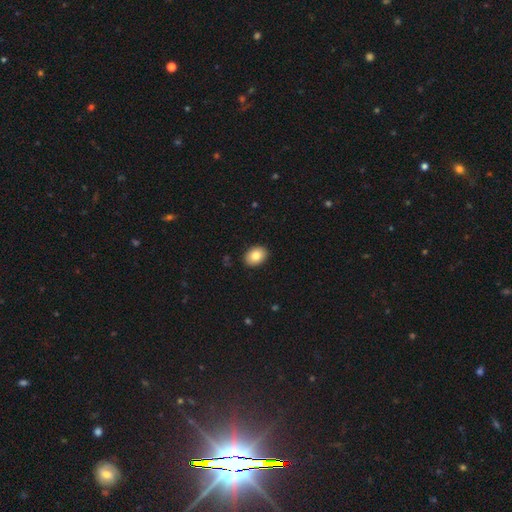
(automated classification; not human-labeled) smooth 83%, featured or disk 9%, star or artifact 8%. Down the decision tree: how rounded — in between (77%); merging — none (90%).